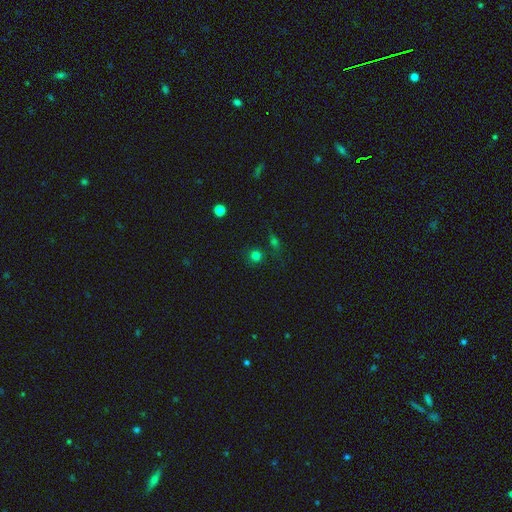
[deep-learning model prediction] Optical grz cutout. It shows a smooth galaxy with no disk features (73%) that is round (92%). Merging: none (77%).